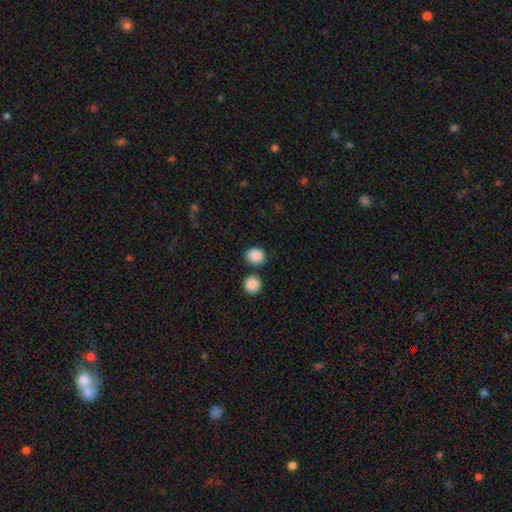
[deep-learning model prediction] Smooth or featured? Predicted: smooth (p=0.88). How rounded? Predicted: round (p=0.72). Merging? Predicted: none (p=0.76).